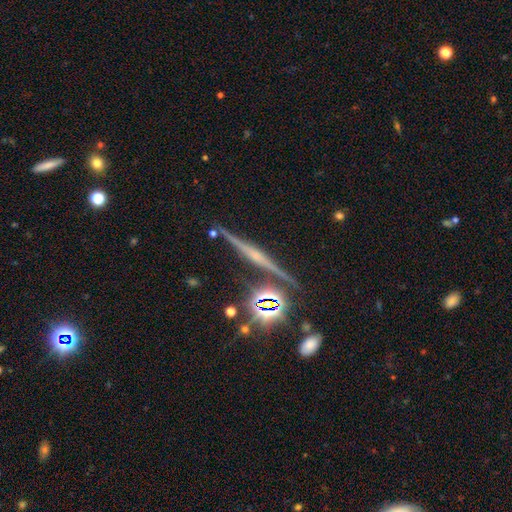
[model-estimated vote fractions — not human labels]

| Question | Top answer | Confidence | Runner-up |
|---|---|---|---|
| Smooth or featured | featured or disk | 68% | star or artifact (18%) |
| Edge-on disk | yes | 97% | no (3%) |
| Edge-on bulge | rounded | 63% | none (21%) |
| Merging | none | 86% | minor disturbance (8%) |